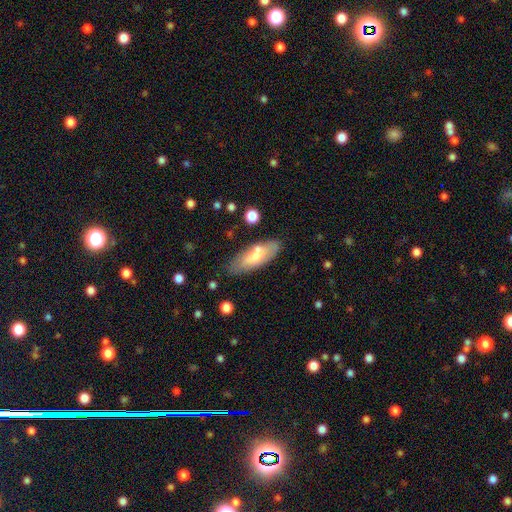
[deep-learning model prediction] Smooth or featured? Predicted: smooth (p=0.63). How rounded? Predicted: in between (p=0.64). Merging? Predicted: none (p=0.74).